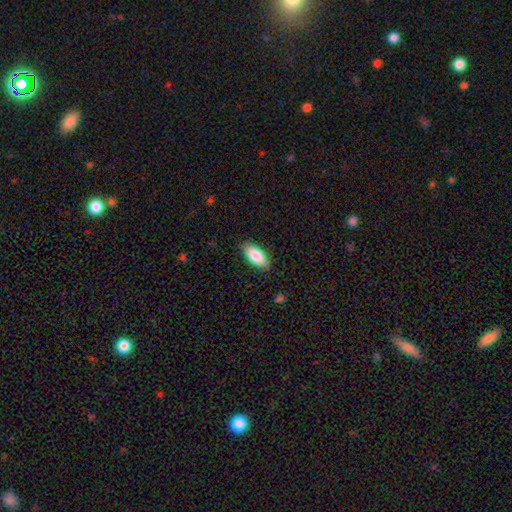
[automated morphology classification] smooth_or_featured: smooth (p=0.87) [alt: featured or disk p=0.07]
how_rounded: in between (p=0.88) [alt: cigar-shaped p=0.10]
merging: none (p=0.88) [alt: minor disturbance p=0.10]